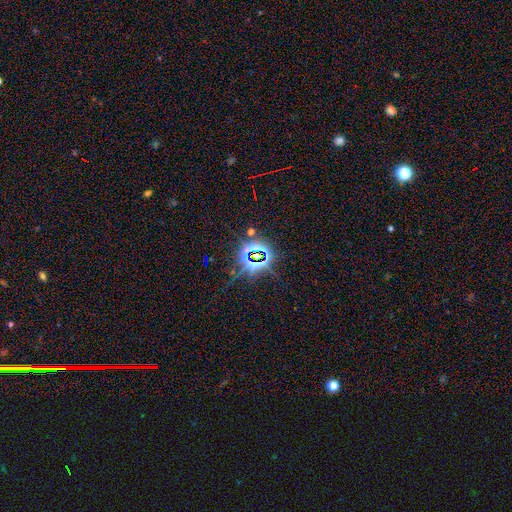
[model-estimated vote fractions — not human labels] A star or artifact, not a galaxy (83%).